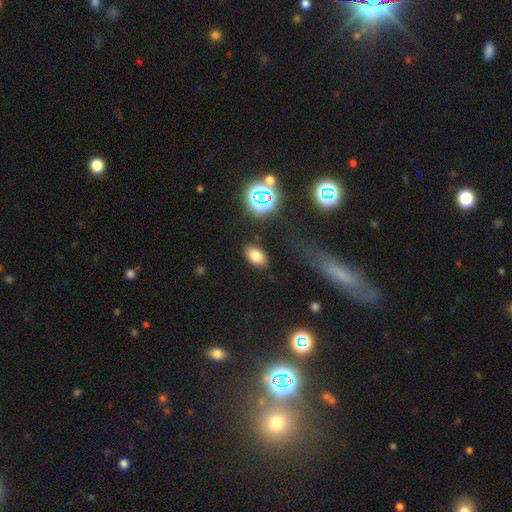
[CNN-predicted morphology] This appears to be a smooth galaxy with no disk features (76%) that is in between round and cigar-shaped (89%). Merging: none (84%).